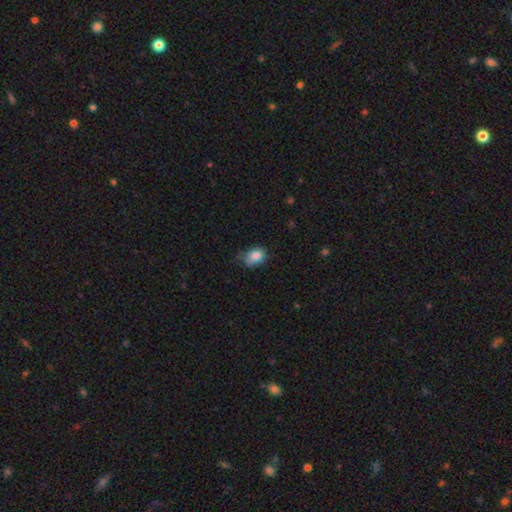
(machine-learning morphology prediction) smooth-or-featured: smooth: 83% | star or artifact: 9% | featured or disk: 8%
  how-rounded: in between: 67% | round: 32% | cigar-shaped: 1%
  merging: none: 49% | minor disturbance: 38% | major disturbance: 11% | merger: 2%